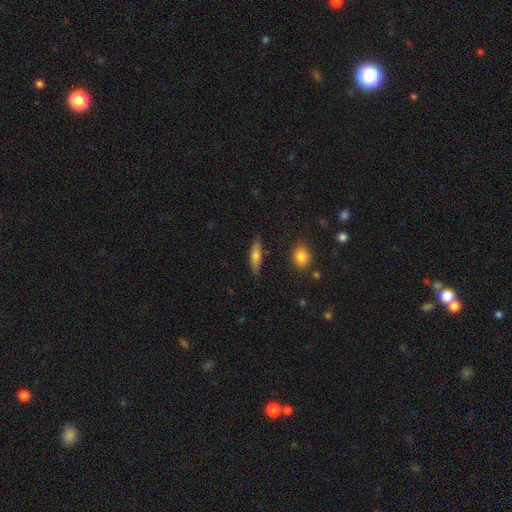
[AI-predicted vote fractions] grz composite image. It shows a smooth galaxy with no disk features (70%) that is cigar-shaped (60%). Merging: none (84%).